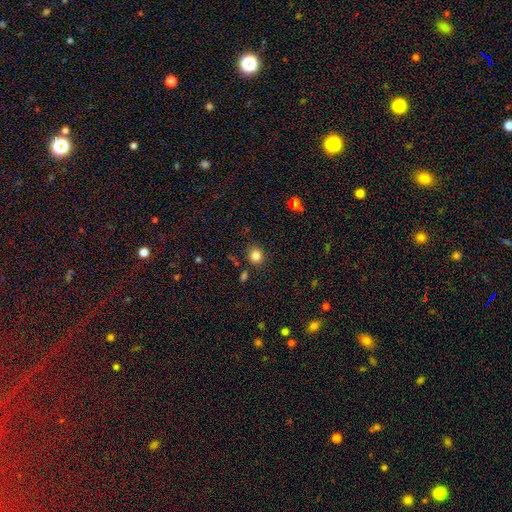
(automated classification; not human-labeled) A smooth galaxy with no disk features (83%) that is round (87%). Merging: none (84%).